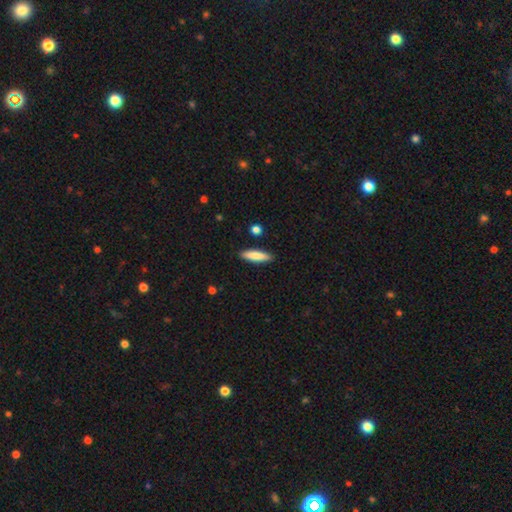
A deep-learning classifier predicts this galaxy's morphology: The model was most divided on "how rounded": cigar-shaped: 75%, in between: 24%, round: 2%. More confident: merging — none (89%); smooth or featured — smooth (79%).